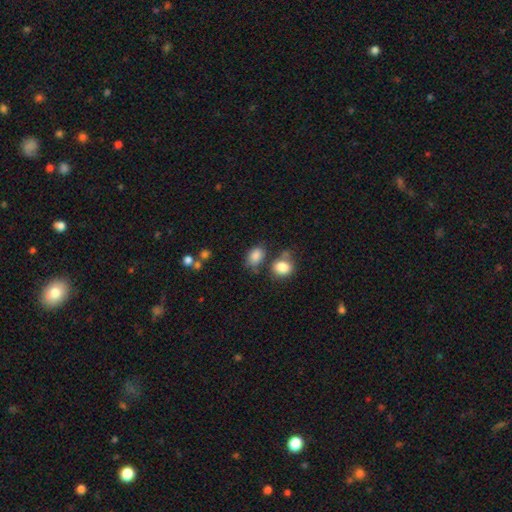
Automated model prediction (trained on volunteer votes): Morphology: type=smooth (84%); roundness=in between (76%); merging=none (59%).